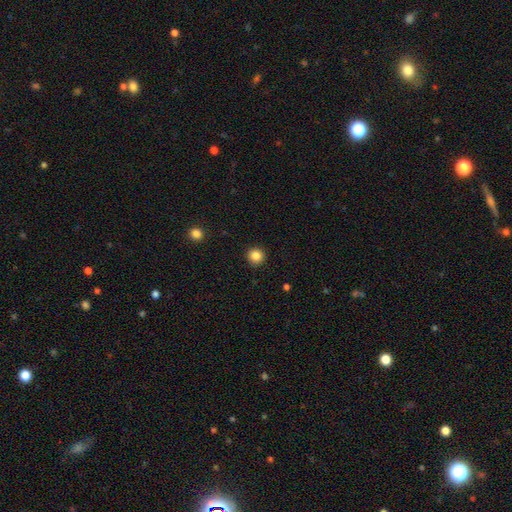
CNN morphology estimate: Smooth or featured? Predicted: smooth (p=0.85). How rounded? Predicted: round (p=0.94). Merging? Predicted: none (p=0.92).